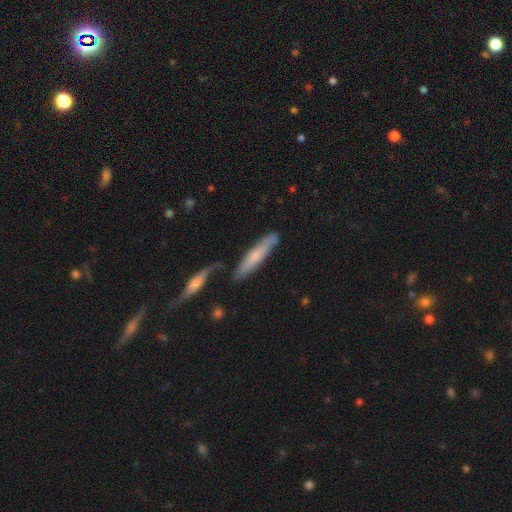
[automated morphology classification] A smooth galaxy with no disk features (60%) that is cigar-shaped (86%). Merging: none (64%).